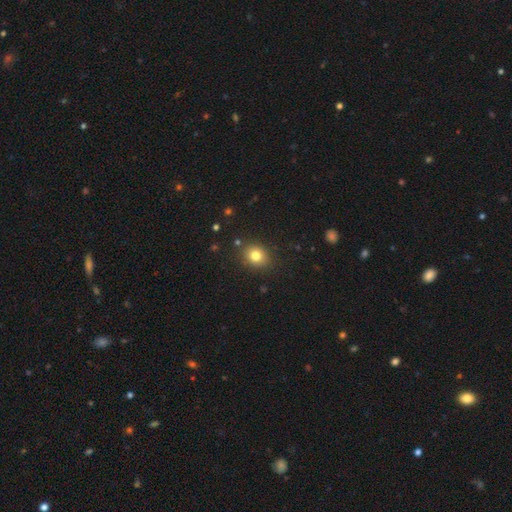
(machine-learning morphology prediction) Q: Smooth or featured?
A: smooth (80%); runner-up: star or artifact (12%)
Q: How rounded?
A: round (66%); runner-up: in between (33%)
Q: Merging?
A: none (87%); runner-up: minor disturbance (9%)